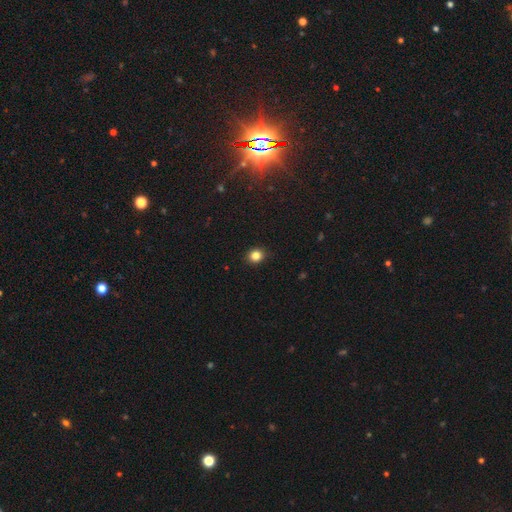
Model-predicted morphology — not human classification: Smooth or featured: smooth — 84% (star or artifact — 11%)
How rounded: round — 72% (in between — 27%)
Merging: none — 88% (minor disturbance — 9%)